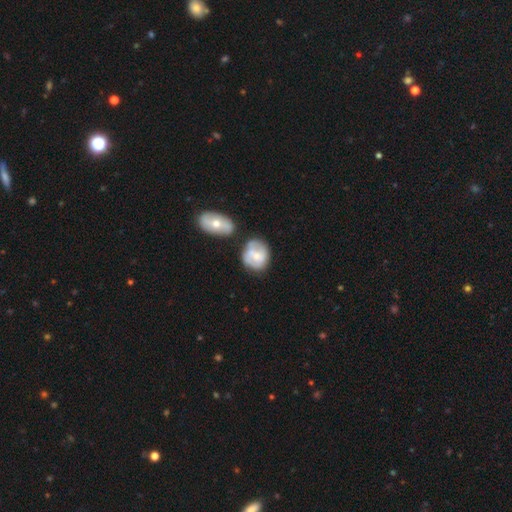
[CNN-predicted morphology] A smooth galaxy with no disk features (52%) that is round (67%).

Vote fractions:
- Smooth or featured? smooth: 52% / featured or disk: 41% / star or artifact: 6%
- How rounded? round: 67% / in between: 31% / cigar-shaped: 1%
- Merging? none: 46% / merger: 25% / minor disturbance: 21% / major disturbance: 8%